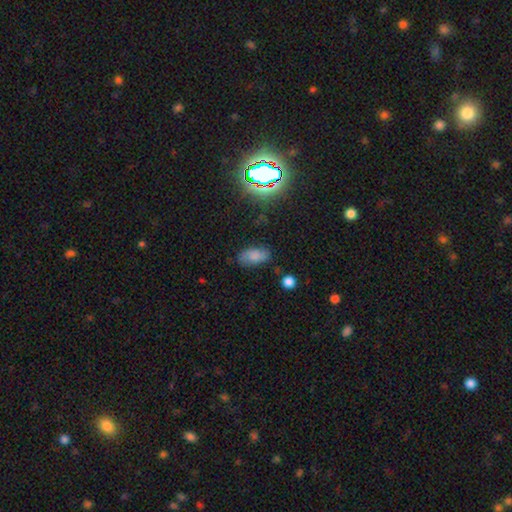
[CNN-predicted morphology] Overall: smooth (72%). How rounded: in between (92%). Merging: none (75%).